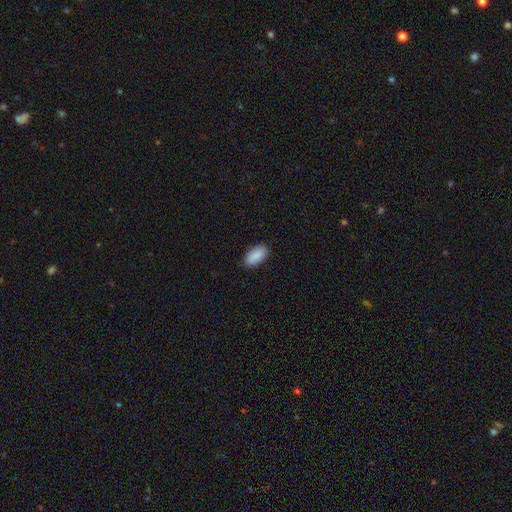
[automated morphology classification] Smooth or featured? smooth (90%)
How rounded? in between (94%)
Merging? none (87%)